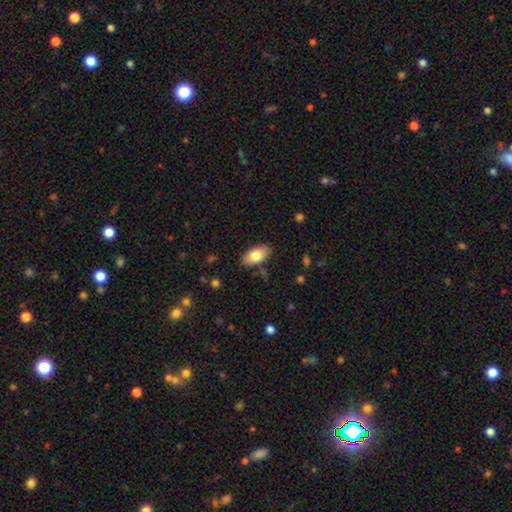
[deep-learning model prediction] Q: Smooth or featured?
A: smooth (80%); runner-up: featured or disk (14%)
Q: How rounded?
A: in between (94%); runner-up: cigar-shaped (3%)
Q: Merging?
A: none (86%); runner-up: minor disturbance (11%)